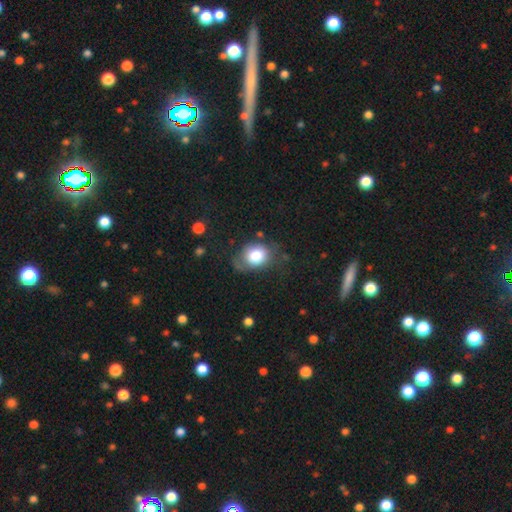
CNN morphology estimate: This is likely a smooth galaxy (77%). How rounded: possibly round (53%). Merging: possibly none (58%).